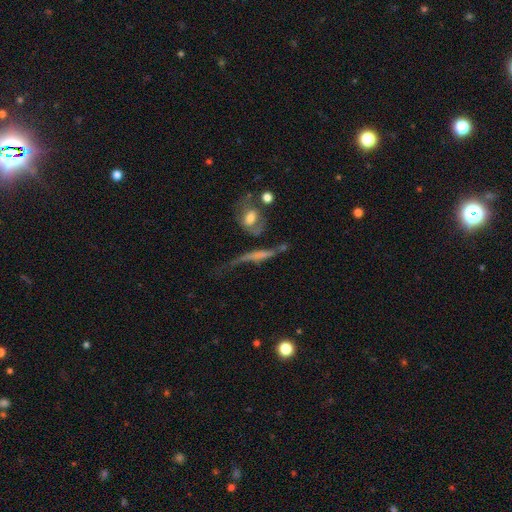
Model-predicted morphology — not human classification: Smooth or featured? Predicted: featured or disk (p=0.54). Edge-on disk? Predicted: no (p=0.53). Merging? Predicted: none (p=0.32).